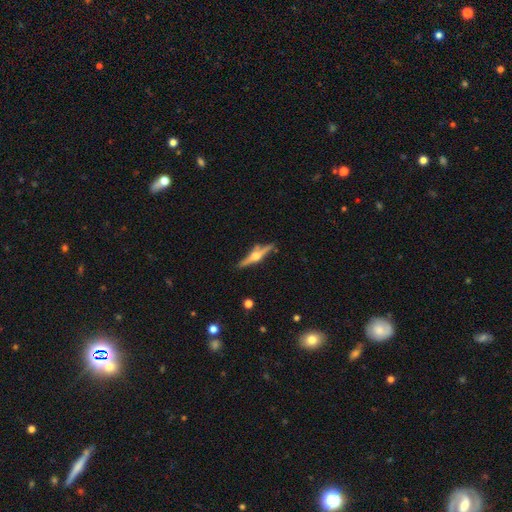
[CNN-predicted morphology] smooth_or_featured: featured or disk (p=0.77) [alt: smooth p=0.17]
disk_edge_on: yes (p=0.98) [alt: no p=0.02]
edge_on_bulge: rounded (p=0.94) [alt: boxy p=0.04]
merging: none (p=0.83) [alt: minor disturbance p=0.11]